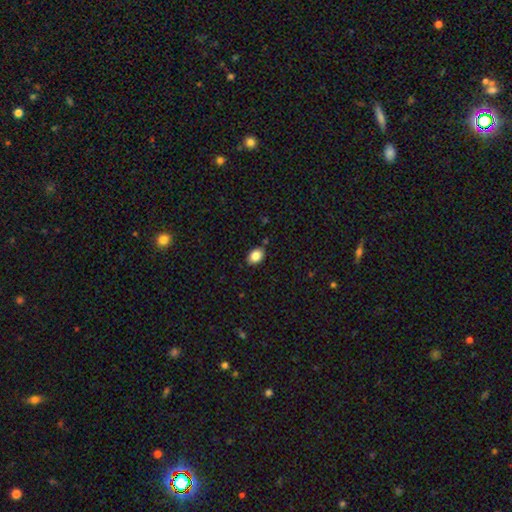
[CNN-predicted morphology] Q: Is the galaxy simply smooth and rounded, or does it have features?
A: smooth — 86%.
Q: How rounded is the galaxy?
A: in between — 78%.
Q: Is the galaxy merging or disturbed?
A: none — 85%.